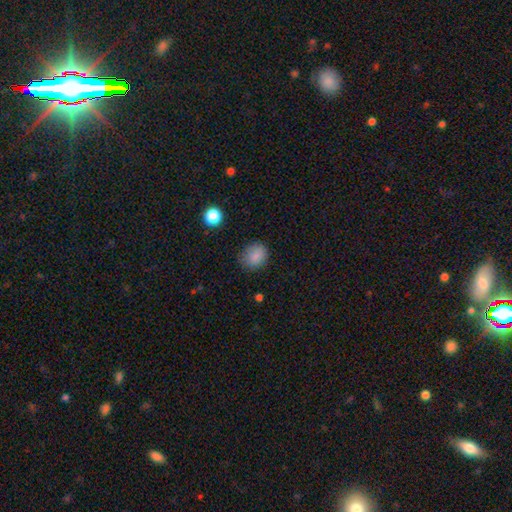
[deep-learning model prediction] smooth 85%, star or artifact 10%, featured or disk 5%. Down the decision tree: how rounded — in between (51%); merging — none (78%).